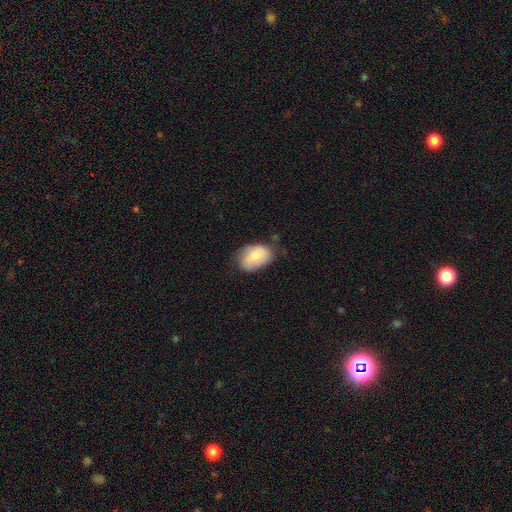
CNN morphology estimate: Smooth or featured? smooth (75%)
How rounded? in between (85%)
Merging? none (58%)